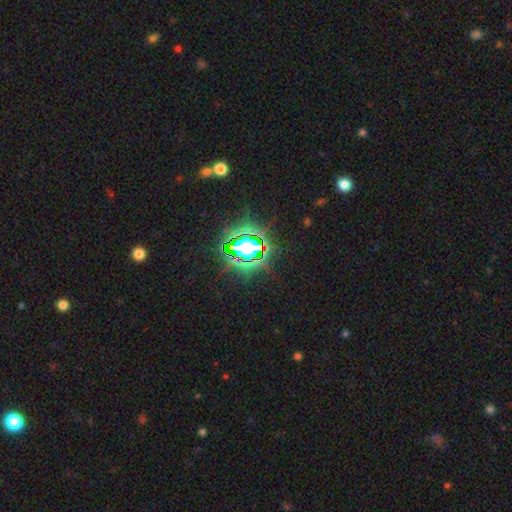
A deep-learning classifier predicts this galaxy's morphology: Smooth or featured?
  - star or artifact: 80% *
  - smooth: 12%
  - featured or disk: 8%